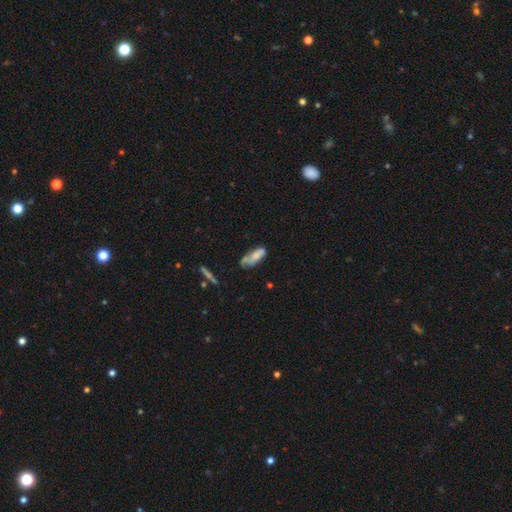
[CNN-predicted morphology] This appears to be a smooth galaxy with no disk features (67%) that is in between round and cigar-shaped (69%). Merging: none (38%).